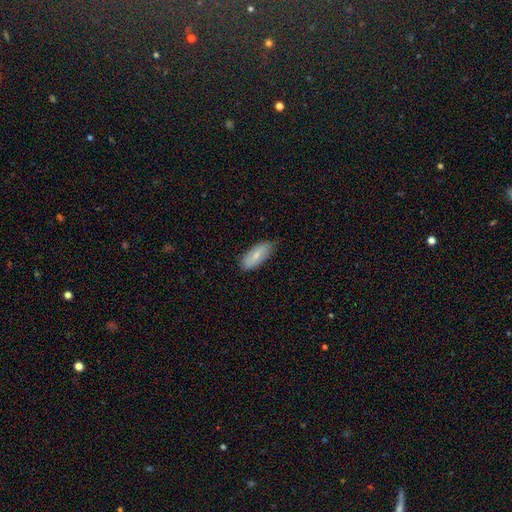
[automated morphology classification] This is likely a smooth galaxy (70%). How rounded: clearly in between (85%). Merging: likely none (79%).